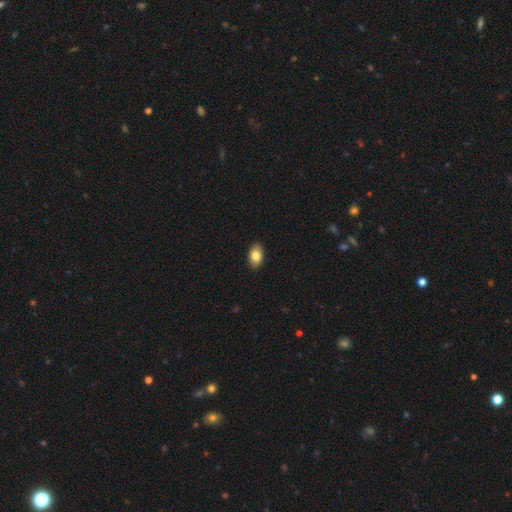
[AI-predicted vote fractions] A smooth galaxy with no disk features (83%) that is in between round and cigar-shaped (92%).

Vote fractions:
- Smooth or featured? smooth: 83% / featured or disk: 10% / star or artifact: 7%
- How rounded? in between: 92% / round: 7% / cigar-shaped: 2%
- Merging? none: 90% / minor disturbance: 8% / major disturbance: 2% / merger: 1%